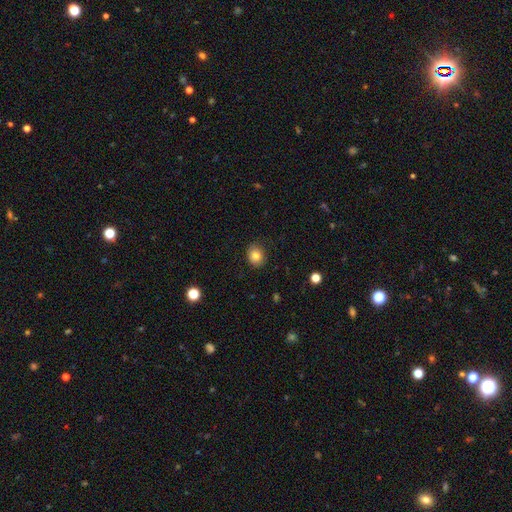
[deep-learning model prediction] A smooth galaxy with no disk features (81%) that is round (63%).

Vote fractions:
- Smooth or featured? smooth: 81% / star or artifact: 10% / featured or disk: 9%
- How rounded? round: 63% / in between: 36% / cigar-shaped: 1%
- Merging? none: 86% / minor disturbance: 11% / major disturbance: 3% / merger: 1%